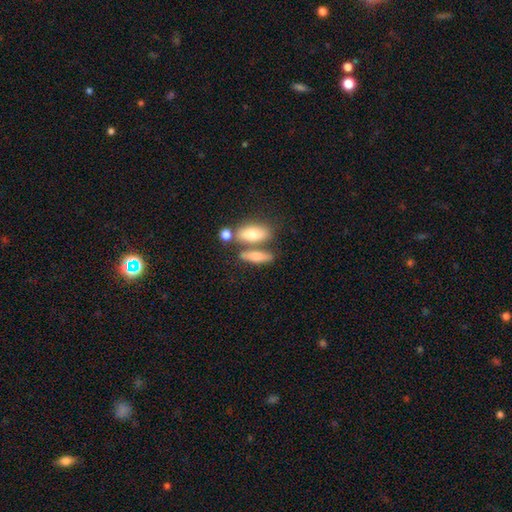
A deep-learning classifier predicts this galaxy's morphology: A smooth galaxy with no disk features (68%) that is in between round and cigar-shaped (63%).

Vote fractions:
- Smooth or featured? smooth: 68% / featured or disk: 24% / star or artifact: 8%
- How rounded? in between: 63% / cigar-shaped: 31% / round: 6%
- Merging? none: 51% / merger: 34% / minor disturbance: 11% / major disturbance: 4%